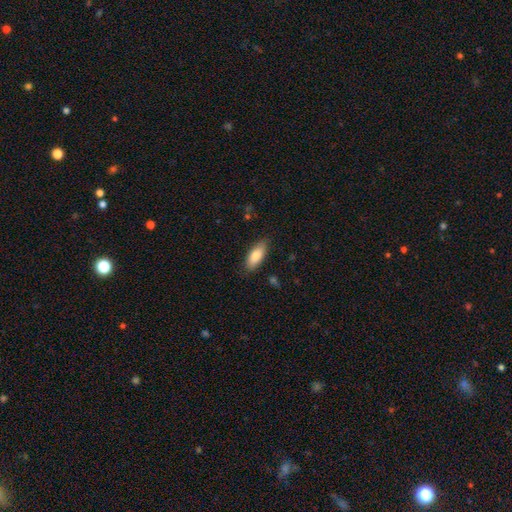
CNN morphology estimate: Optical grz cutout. It shows a smooth galaxy with no disk features (82%) that is in between round and cigar-shaped (79%). Merging: none (84%).